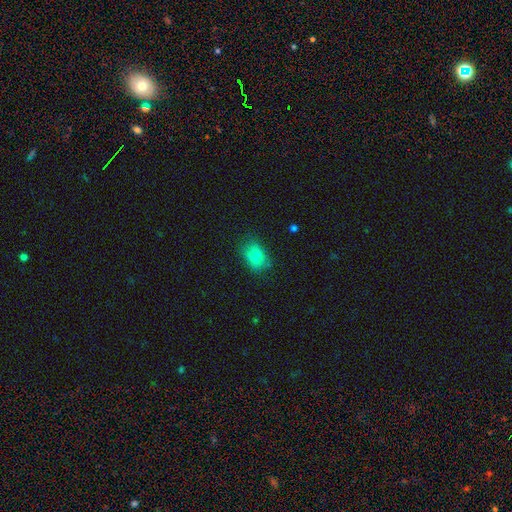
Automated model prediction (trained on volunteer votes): Smooth or featured: smooth — 81% (star or artifact — 10%)
How rounded: in between — 77% (round — 21%)
Merging: none — 69% (minor disturbance — 22%)